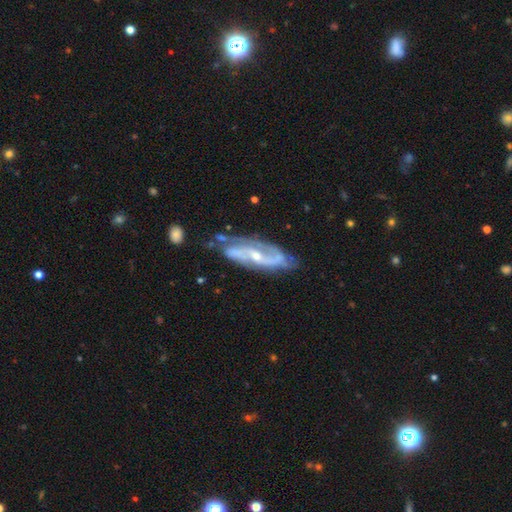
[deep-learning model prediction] smooth_or_featured: featured or disk (p=0.87) [alt: smooth p=0.08]
disk_edge_on: no (p=0.89) [alt: yes p=0.11]
bar: no (p=0.40) [alt: weak p=0.36]
has_spiral_arms: yes (p=0.95) [alt: no p=0.05]
spiral_winding: medium (p=0.45) [alt: loose p=0.28]
spiral_arm_count: 2 (p=0.81) [alt: can't tell p=0.09]
bulge_size: small (p=0.60) [alt: moderate p=0.36]
merging: none (p=0.65) [alt: minor disturbance p=0.23]